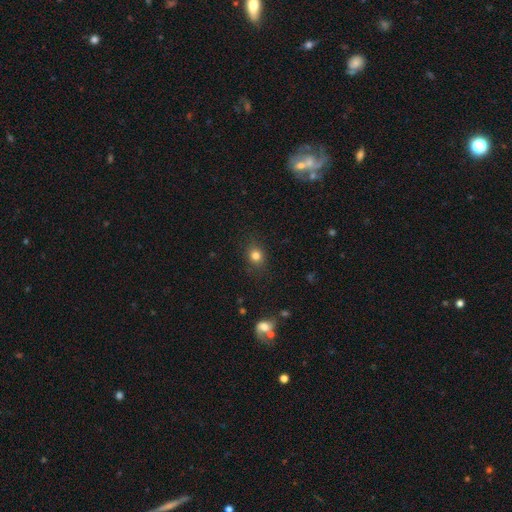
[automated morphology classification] This is clearly a smooth galaxy (81%). How rounded: likely round (68%). Merging: clearly none (84%).